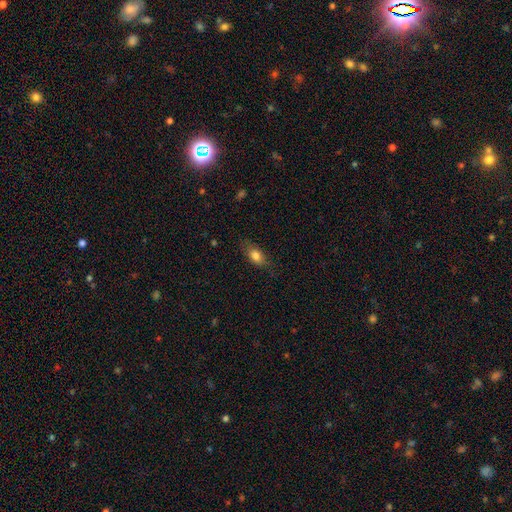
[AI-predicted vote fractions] This appears to be a smooth galaxy with no disk features (77%) that is in between round and cigar-shaped (80%). Merging: none (75%).